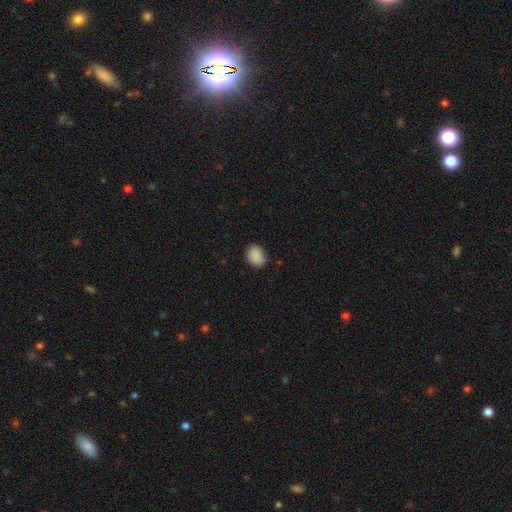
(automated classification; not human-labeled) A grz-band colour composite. It shows a smooth galaxy with no disk features (89%) that is in between round and cigar-shaped (63%). Merging: none (83%).